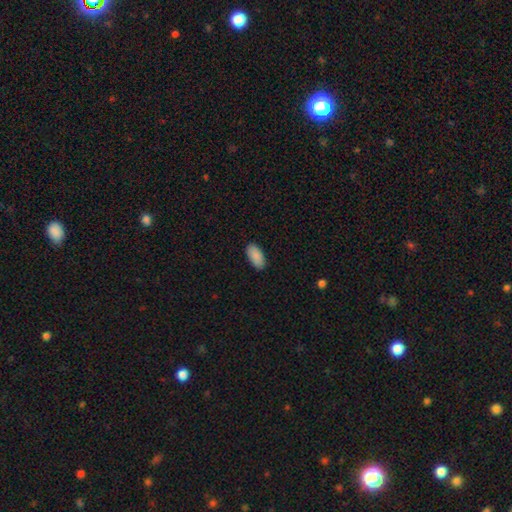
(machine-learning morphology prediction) Q: Smooth or featured?
A: smooth (90%); runner-up: star or artifact (6%)
Q: How rounded?
A: in between (94%); runner-up: cigar-shaped (4%)
Q: Merging?
A: none (89%); runner-up: minor disturbance (9%)